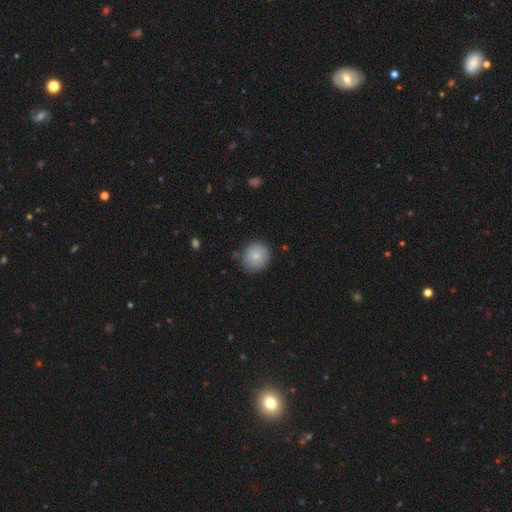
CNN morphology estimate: Smooth or featured? Predicted: smooth (p=0.81). How rounded? Predicted: round (p=0.89). Merging? Predicted: none (p=0.83).